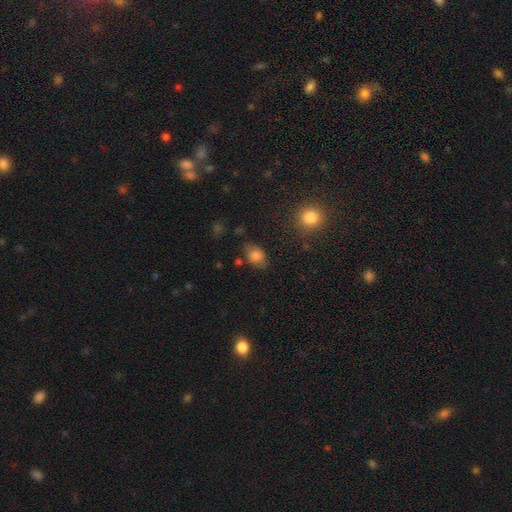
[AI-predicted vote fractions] Q: Smooth or featured?
A: smooth (82%); runner-up: star or artifact (11%)
Q: How rounded?
A: in between (69%); runner-up: round (30%)
Q: Merging?
A: none (71%); runner-up: minor disturbance (20%)